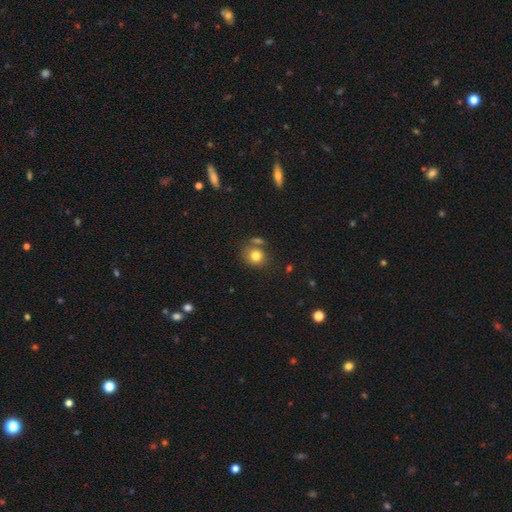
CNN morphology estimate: Smooth or featured? smooth (80%)
How rounded? round (77%)
Merging? none (66%)